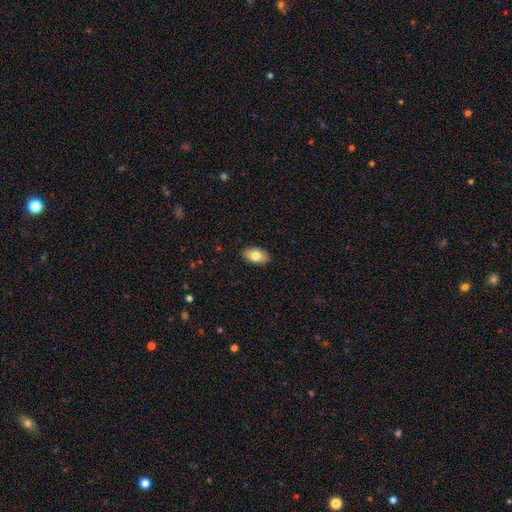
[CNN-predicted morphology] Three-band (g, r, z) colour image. It shows a smooth galaxy with no disk features (78%) that is in between round and cigar-shaped (93%). Merging: none (89%).